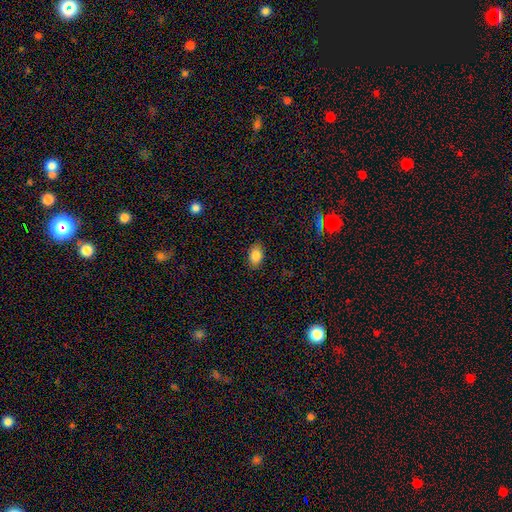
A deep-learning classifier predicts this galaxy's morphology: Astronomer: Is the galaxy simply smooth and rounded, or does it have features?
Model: smooth — 86%.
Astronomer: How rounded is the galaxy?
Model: in between — 84%.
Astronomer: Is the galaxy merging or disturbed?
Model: none — 87%.